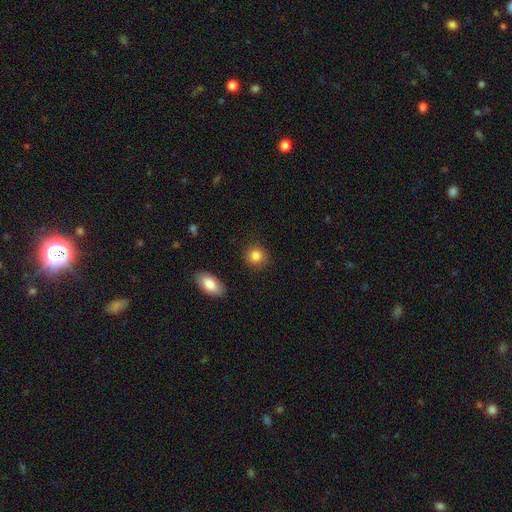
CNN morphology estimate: Smooth or featured? smooth (86%)
How rounded? round (84%)
Merging? none (87%)